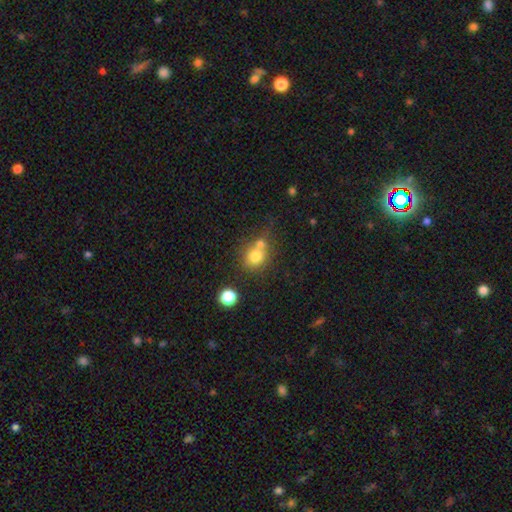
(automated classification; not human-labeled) Smooth or featured? smooth (76%)
How rounded? round (77%)
Merging? merger (43%)